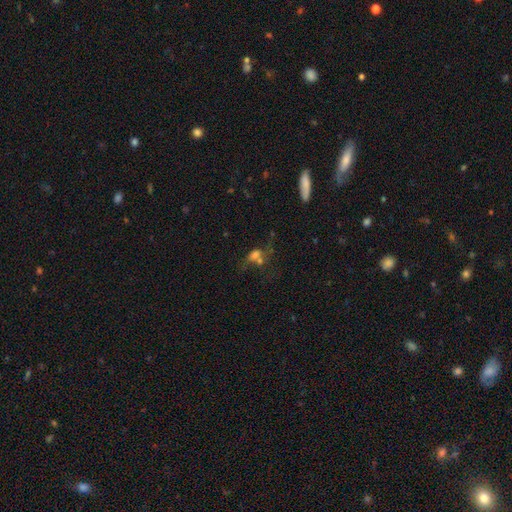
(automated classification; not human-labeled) smooth 52%, featured or disk 26%, star or artifact 23%. Down the decision tree: how rounded — in between (64%); merging — merger (37%).